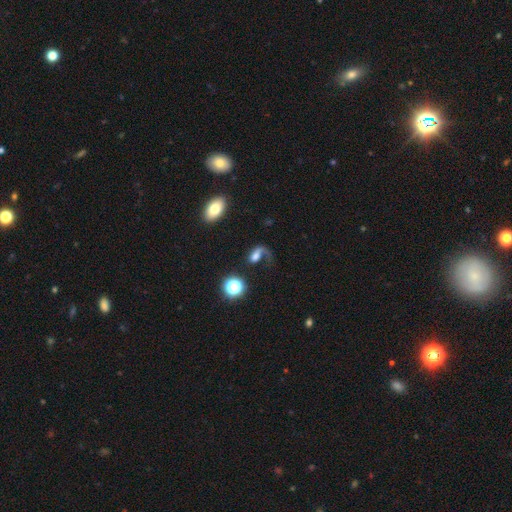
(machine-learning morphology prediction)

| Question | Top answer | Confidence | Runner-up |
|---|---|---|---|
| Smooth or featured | smooth | 43% | featured or disk (42%) |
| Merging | major disturbance | 49% | none (28%) |